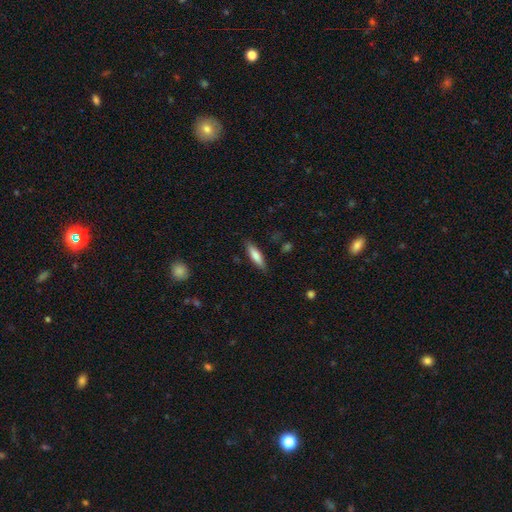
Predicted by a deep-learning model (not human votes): Smooth or featured? Predicted: smooth (p=0.75). How rounded? Predicted: cigar-shaped (p=0.69). Merging? Predicted: none (p=0.85).